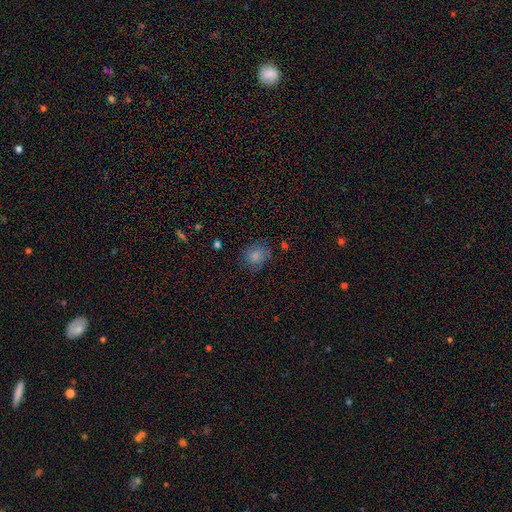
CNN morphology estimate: Smooth or featured: smooth — 76% (featured or disk — 13%)
How rounded: round — 67% (in between — 32%)
Merging: none — 66% (minor disturbance — 23%)